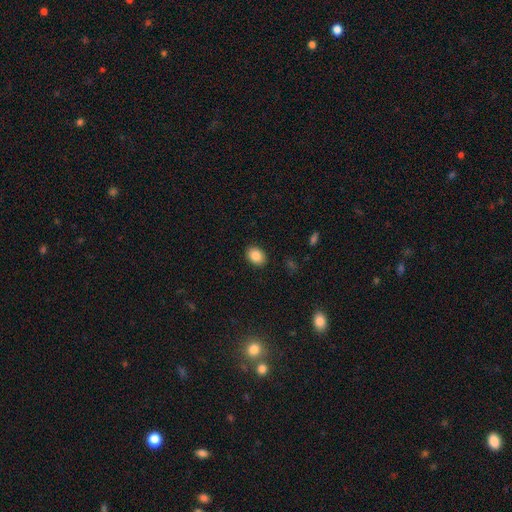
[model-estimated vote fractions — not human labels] Overall: smooth (86%). How rounded: in between (72%). Merging: none (89%).